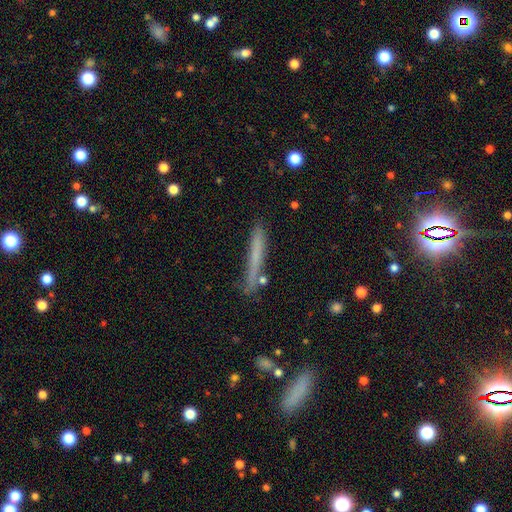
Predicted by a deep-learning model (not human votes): smooth_or_featured: smooth (p=0.64) [alt: featured or disk p=0.28]
how_rounded: cigar-shaped (p=0.96) [alt: in between p=0.03]
merging: none (p=0.76) [alt: minor disturbance p=0.17]